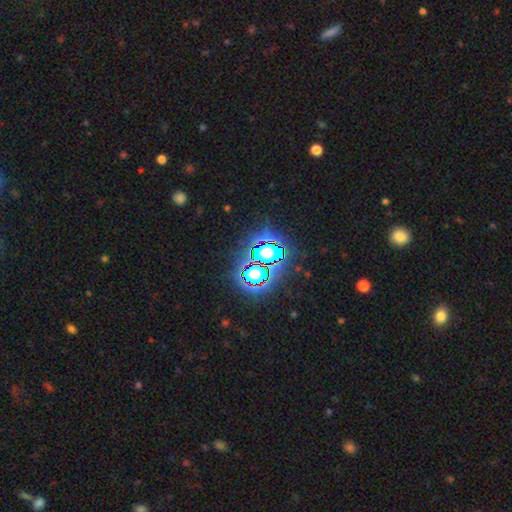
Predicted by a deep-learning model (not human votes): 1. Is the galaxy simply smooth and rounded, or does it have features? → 81% star or artifact, 11% smooth, 7% featured or disk.